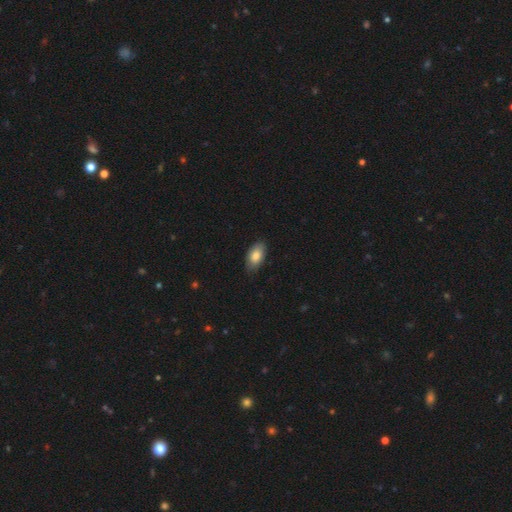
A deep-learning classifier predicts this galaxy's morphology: Overall: smooth (82%). How rounded: in between (93%). Merging: none (78%).